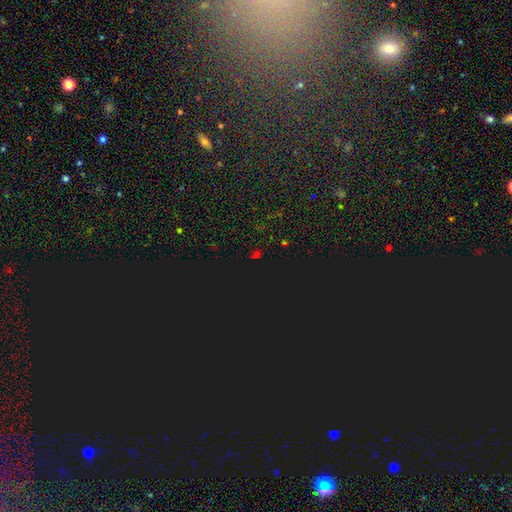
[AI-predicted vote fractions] Morphology: type=star or artifact (75%).